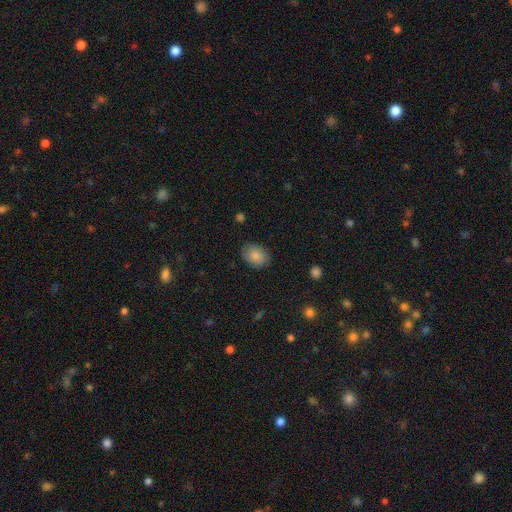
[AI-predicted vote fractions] smooth 86%, featured or disk 7%, star or artifact 7%. Down the decision tree: how rounded — in between (76%); merging — none (84%).